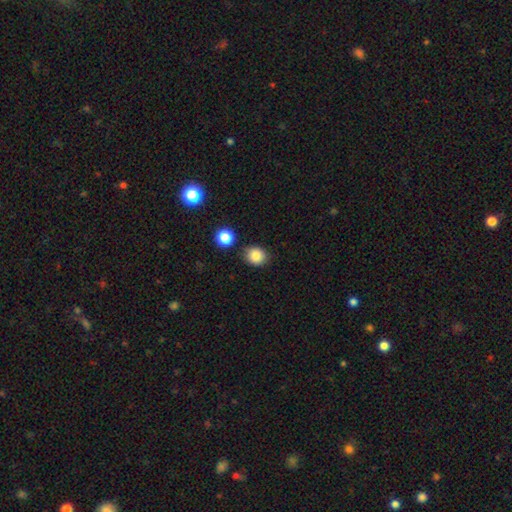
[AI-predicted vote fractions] Smooth or featured? smooth (85%)
How rounded? round (72%)
Merging? none (82%)